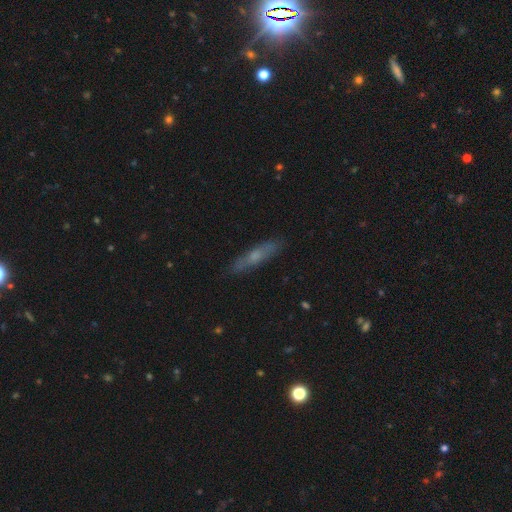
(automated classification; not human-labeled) Smooth or featured? smooth (49%)
Merging? none (83%)